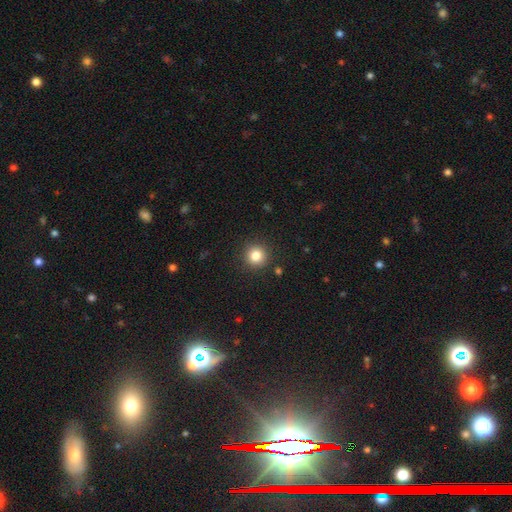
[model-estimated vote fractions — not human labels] Overall: smooth (82%). How rounded: round (95%). Merging: none (91%).